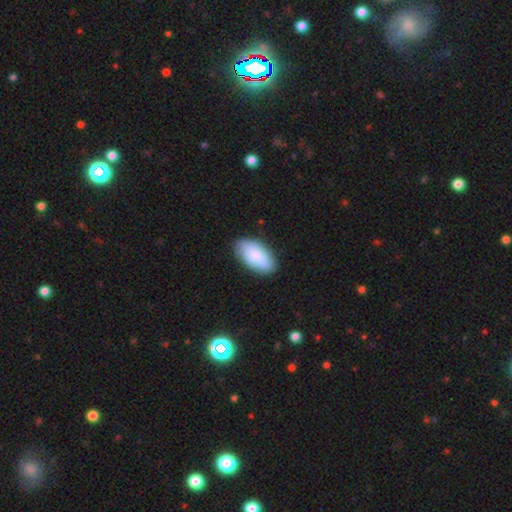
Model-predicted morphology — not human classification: The model was most divided on "merging": none: 80%, minor disturbance: 15%, major disturbance: 3%, merger: 1%. More confident: how rounded — in between (94%); smooth or featured — smooth (85%).